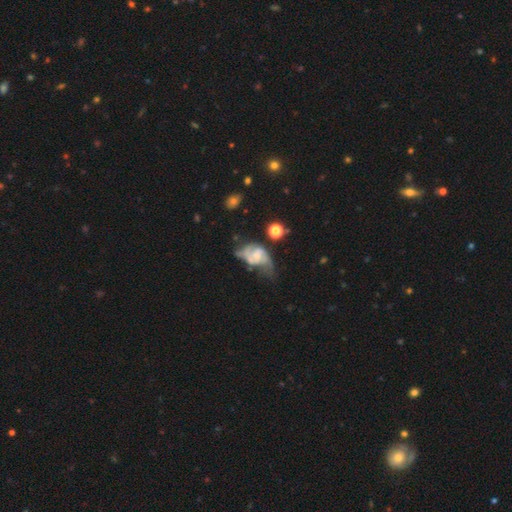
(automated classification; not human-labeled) Morphology: type=featured or disk (68%); edge-on=no (97%); bar=no (59%); spiral arms=yes (81%); winding=medium (43%); arm count=2 (65%); bulge=small (42%); merging=major disturbance (36%).